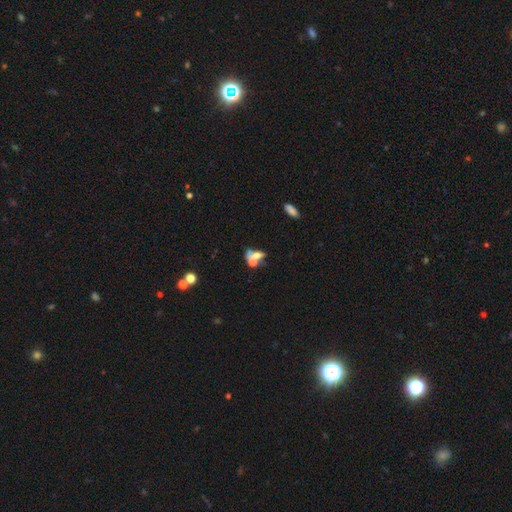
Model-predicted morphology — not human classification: A smooth galaxy with no disk features (53%) that is in between round and cigar-shaped (67%). Merging: merger (60%).